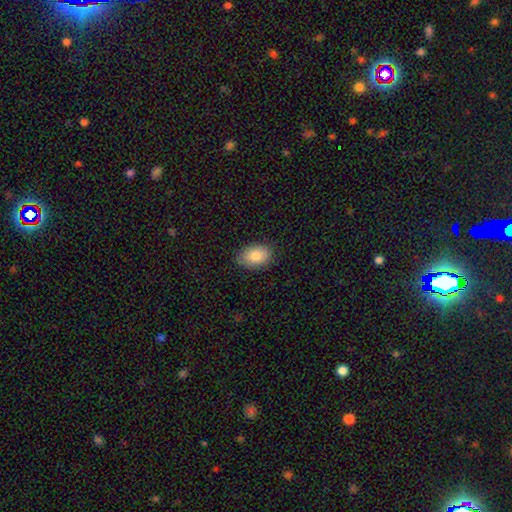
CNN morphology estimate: smooth-or-featured: smooth: 83% | featured or disk: 9% | star or artifact: 8%
  how-rounded: in between: 84% | round: 15% | cigar-shaped: 1%
  merging: none: 85% | minor disturbance: 12% | major disturbance: 2% | merger: 1%